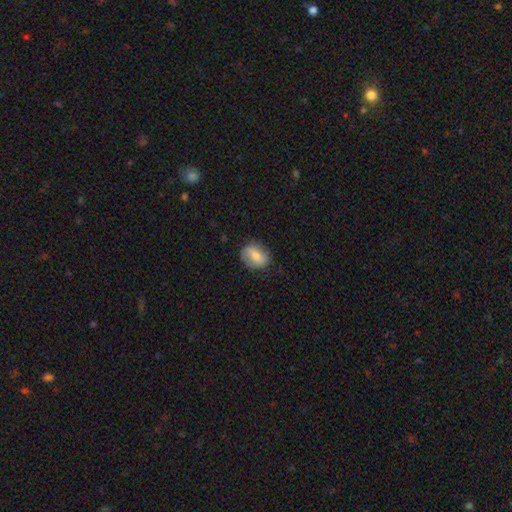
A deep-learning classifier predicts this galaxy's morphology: Overall: smooth (62%; featured or disk 31%). How rounded: in between (54%; round 44%). Merging: none (76%).